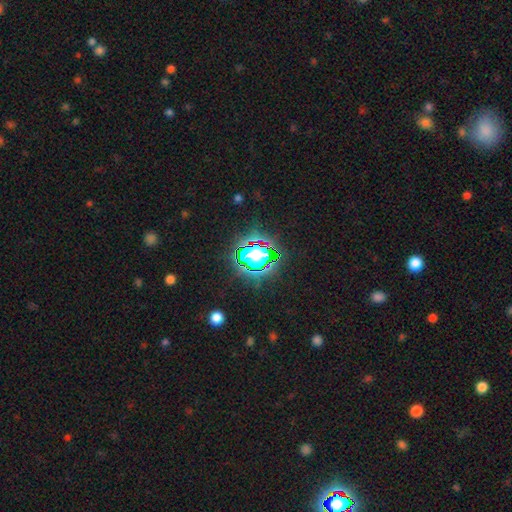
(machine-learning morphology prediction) This appears to be a star or artifact, not a galaxy (80%).